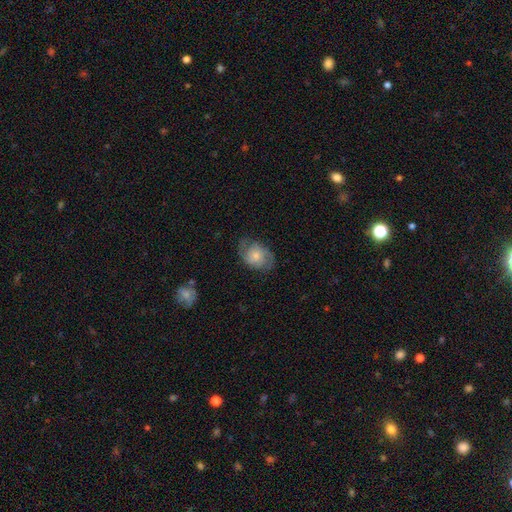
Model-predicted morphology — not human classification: smooth 52%, featured or disk 41%, star or artifact 7%. Down the decision tree: how rounded — in between (66%); merging — none (65%).